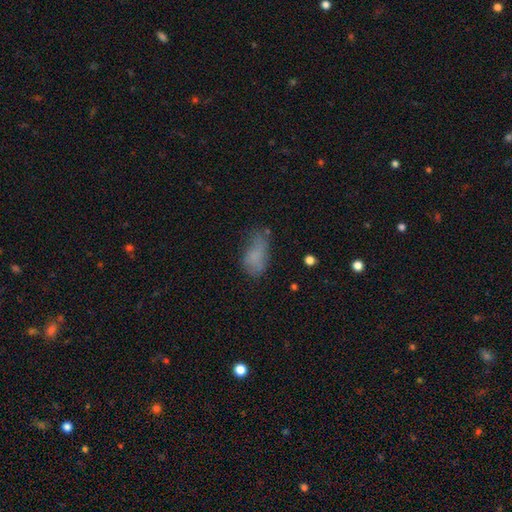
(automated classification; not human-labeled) smooth_or_featured: smooth (p=0.71) [alt: featured or disk p=0.17]
how_rounded: in between (p=0.89) [alt: cigar-shaped p=0.06]
merging: none (p=0.39) [alt: minor disturbance p=0.34]